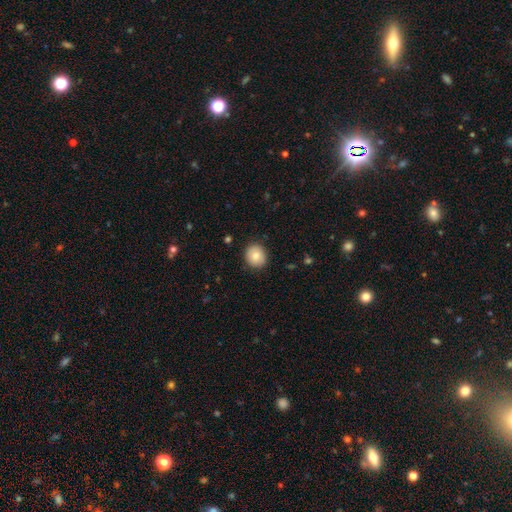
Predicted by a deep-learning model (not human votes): smooth-or-featured: smooth: 84% | featured or disk: 8% | star or artifact: 8%
  how-rounded: round: 73% | in between: 27% | cigar-shaped: 1%
  merging: none: 89% | minor disturbance: 8% | major disturbance: 2% | merger: 1%